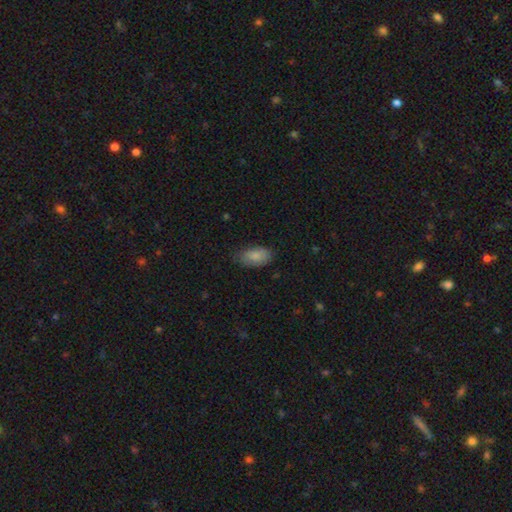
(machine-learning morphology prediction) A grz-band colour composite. It shows a smooth galaxy with no disk features (83%) that is in between round and cigar-shaped (93%). Merging: none (73%).